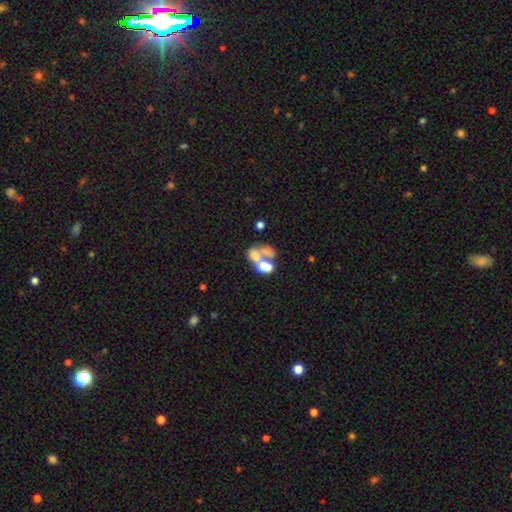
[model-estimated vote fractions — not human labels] Smooth or featured? smooth (47%)
Merging? merger (58%)